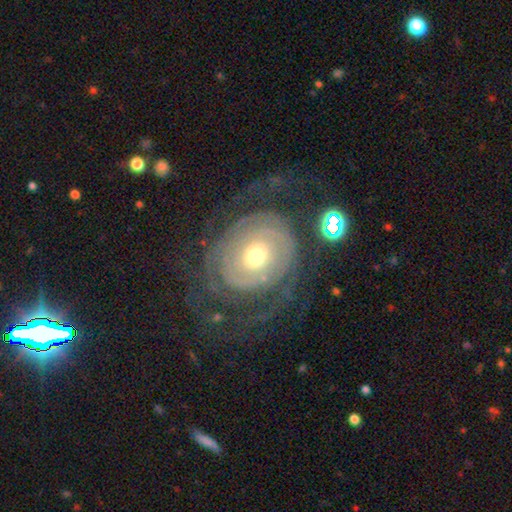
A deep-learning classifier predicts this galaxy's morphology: type=featured or disk (83%); edge-on=no (96%); bar=no (79%); spiral arms=yes (89%); winding=tight (68%); arm count=2 (36%); bulge=moderate (57%); merging=none (65%).